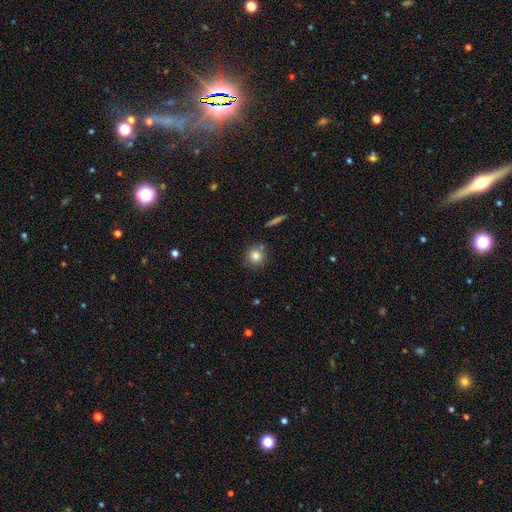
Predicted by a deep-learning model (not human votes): smooth-or-featured: smooth: 81% | star or artifact: 10% | featured or disk: 9%
  how-rounded: round: 91% | in between: 8% | cigar-shaped: 1%
  merging: none: 77% | minor disturbance: 10% | merger: 10% | major disturbance: 3%